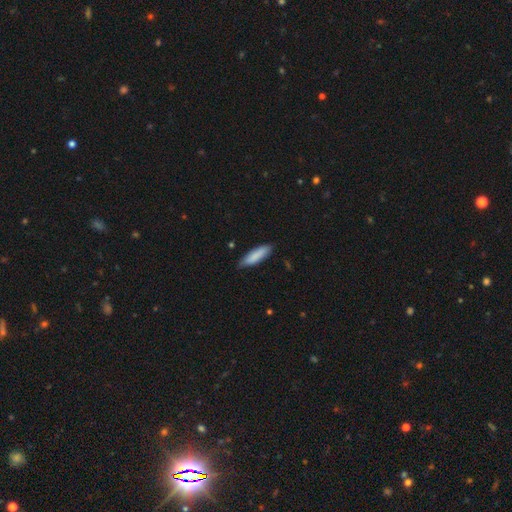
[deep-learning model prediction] A smooth galaxy with no disk features (85%) that is cigar-shaped (61%).

Vote fractions:
- Smooth or featured? smooth: 85% / featured or disk: 9% / star or artifact: 6%
- How rounded? cigar-shaped: 61% / in between: 38% / round: 1%
- Merging? none: 77% / minor disturbance: 19% / major disturbance: 2% / merger: 1%